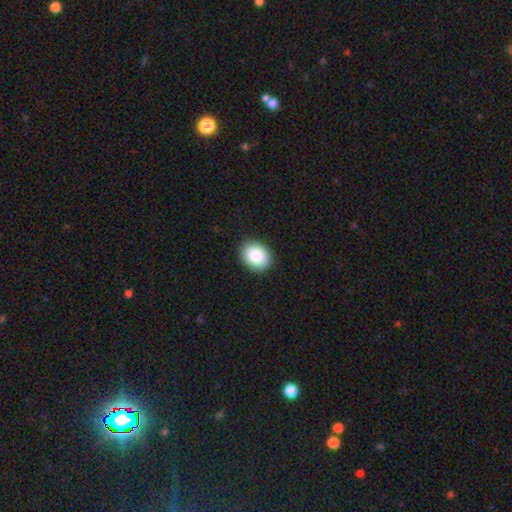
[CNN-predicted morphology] Smooth or featured: smooth — 87% (star or artifact — 8%)
How rounded: in between — 54% (round — 45%)
Merging: none — 89% (minor disturbance — 8%)